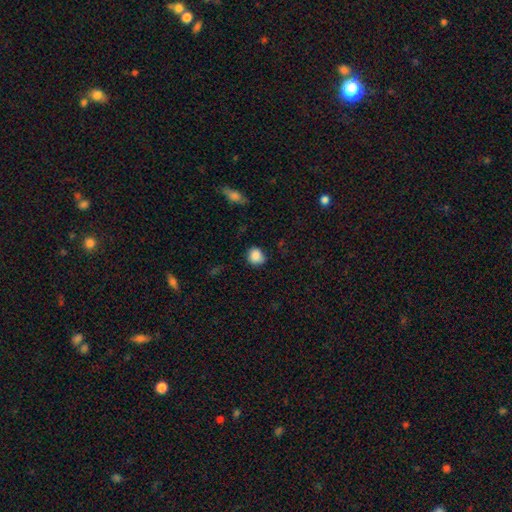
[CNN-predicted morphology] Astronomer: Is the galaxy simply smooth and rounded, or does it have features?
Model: smooth — 87%.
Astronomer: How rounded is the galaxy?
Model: round — 78%.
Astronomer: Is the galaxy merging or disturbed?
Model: none — 76%.